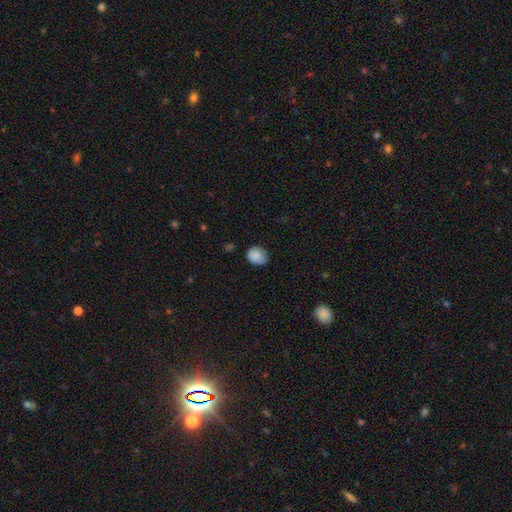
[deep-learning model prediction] Smooth or featured?
  - smooth: 85% *
  - star or artifact: 8%
  - featured or disk: 7%
How rounded?
  - round: 65% *
  - in between: 34%
  - cigar-shaped: 1%
Merging?
  - none: 70% *
  - minor disturbance: 25%
  - major disturbance: 4%
  - merger: 1%